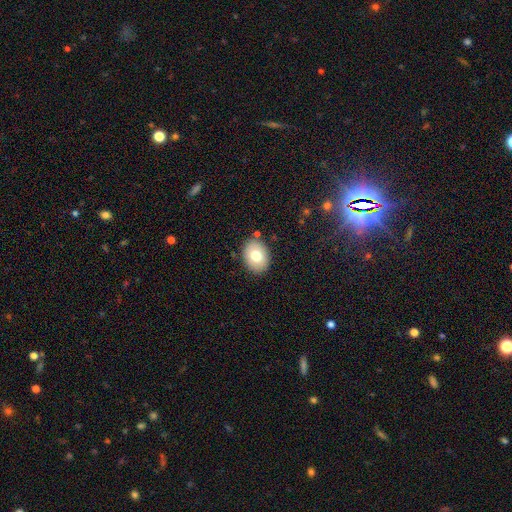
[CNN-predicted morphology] Smooth or featured? Predicted: smooth (p=0.74). How rounded? Predicted: in between (p=0.66). Merging? Predicted: none (p=0.86).